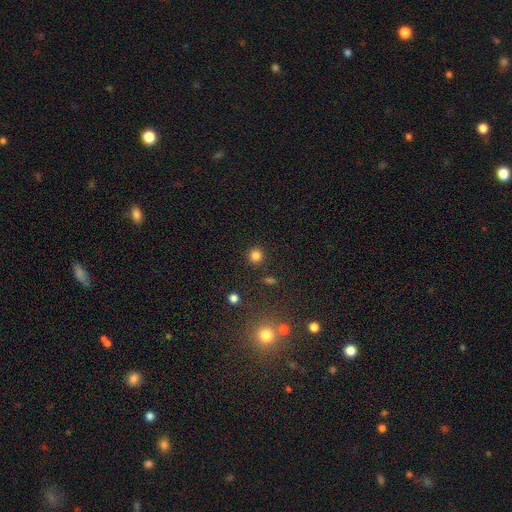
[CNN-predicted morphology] Smooth or featured: smooth — 80% (star or artifact — 15%)
How rounded: round — 94% (in between — 5%)
Merging: none — 89% (minor disturbance — 6%)